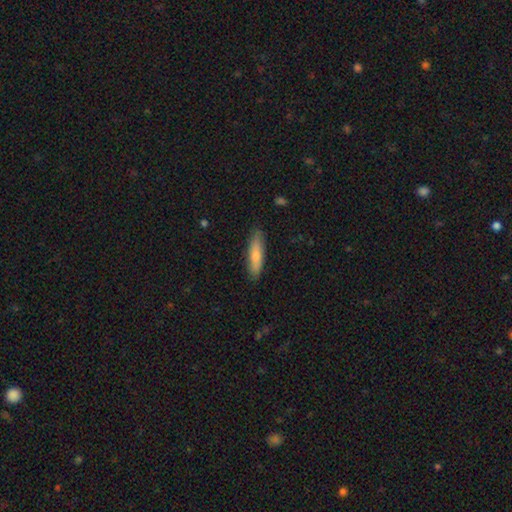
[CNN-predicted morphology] Smooth or featured? Predicted: smooth (p=0.75). How rounded? Predicted: cigar-shaped (p=0.71). Merging? Predicted: none (p=0.85).